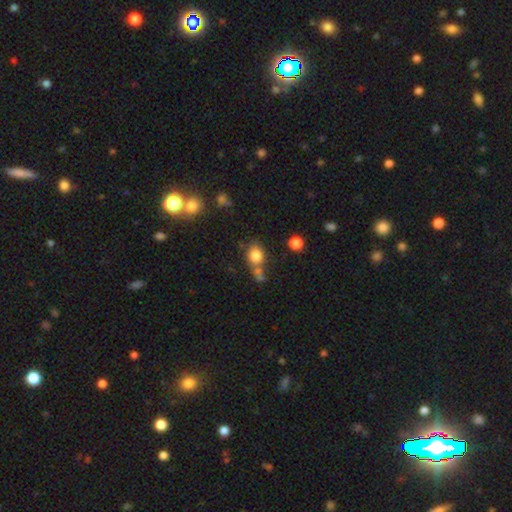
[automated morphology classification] This appears to be a smooth galaxy with no disk features (80%) that is round (61%). Merging: none (54%).